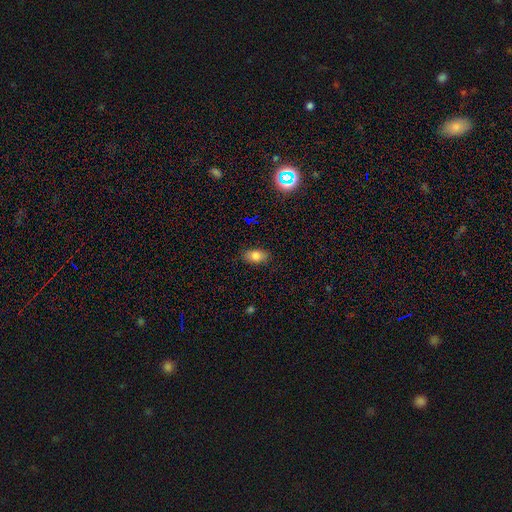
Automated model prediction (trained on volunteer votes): The model was most divided on "smooth or featured": smooth: 80%, featured or disk: 10%, star or artifact: 10%. More confident: how rounded — in between (88%); merging — none (85%).